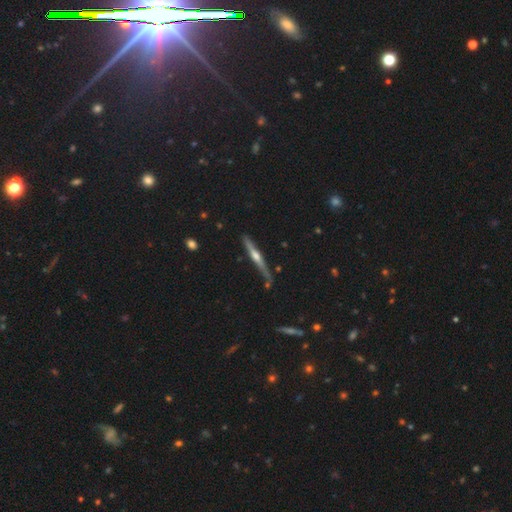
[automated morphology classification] Overall: featured or disk (72%). Edge-on disk: yes (97%). Edge-on bulge: rounded (83%). Merging: none (79%).